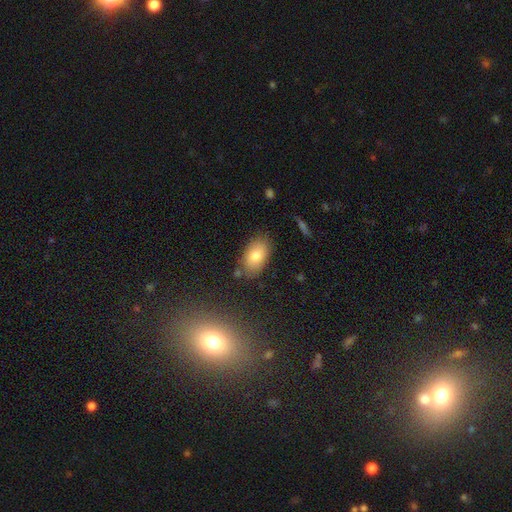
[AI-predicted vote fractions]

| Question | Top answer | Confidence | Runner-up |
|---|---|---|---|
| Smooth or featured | smooth | 78% | featured or disk (14%) |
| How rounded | in between | 92% | round (6%) |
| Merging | none | 80% | minor disturbance (13%) |